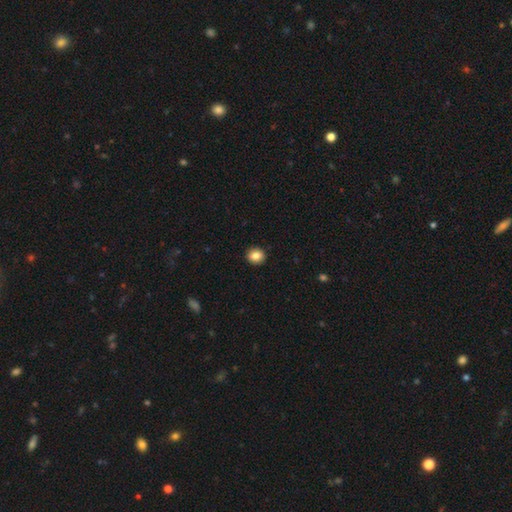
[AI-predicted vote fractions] This appears to be a smooth galaxy with no disk features (85%) that is round (80%). Merging: none (92%).